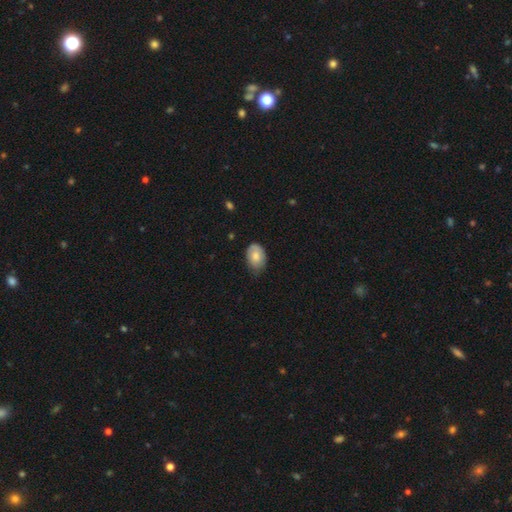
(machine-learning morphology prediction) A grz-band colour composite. It shows a smooth galaxy with no disk features (74%) that is in between round and cigar-shaped (81%). Merging: none (56%).